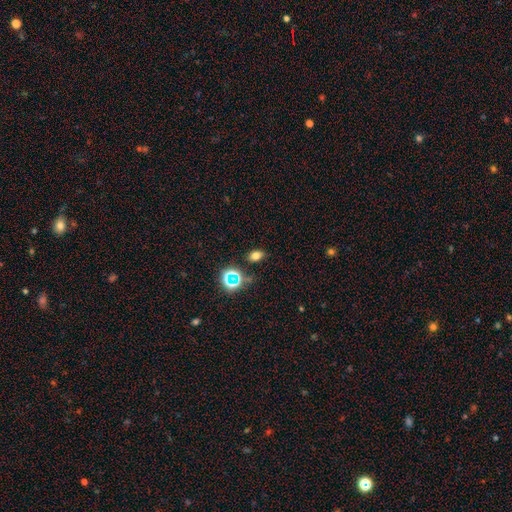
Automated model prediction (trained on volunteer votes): This is likely a smooth galaxy (69%). How rounded: likely in between (79%). Merging: clearly none (83%).